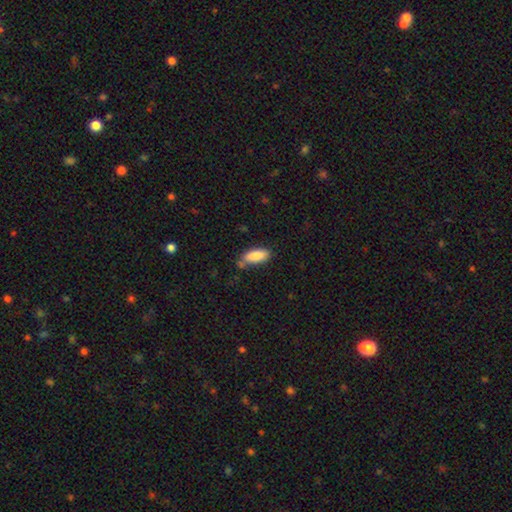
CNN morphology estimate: smooth-or-featured: smooth: 85% | featured or disk: 8% | star or artifact: 7%
  how-rounded: in between: 81% | cigar-shaped: 17% | round: 2%
  merging: none: 64% | minor disturbance: 23% | merger: 8% | major disturbance: 5%